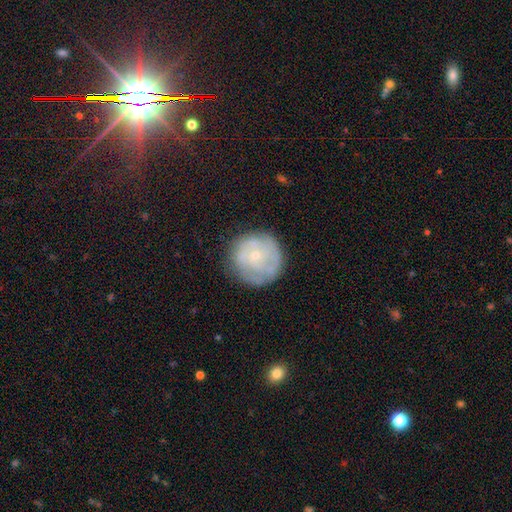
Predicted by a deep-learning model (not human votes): Overall: featured or disk (56%; smooth 37%). Edge-on disk: no (97%). Bar: no (84%). Spiral arms: yes (61%; no 39%). Bulge size: small (81%). Merging: none (77%).